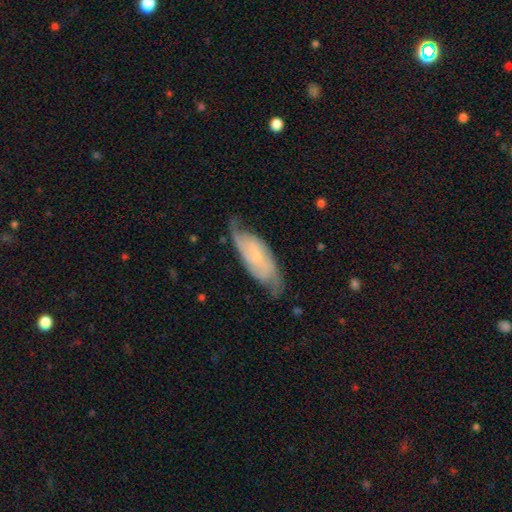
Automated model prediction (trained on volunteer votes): Smooth or featured? Predicted: featured or disk (p=0.74). Edge-on disk? Predicted: no (p=0.89). Bar? Predicted: no (p=0.64). Spiral arms? Predicted: yes (p=0.94). Spiral winding? Predicted: medium (p=0.41). Spiral arm count? Predicted: 2 (p=0.65). Bulge size? Predicted: small (p=0.73). Merging? Predicted: none (p=0.67).